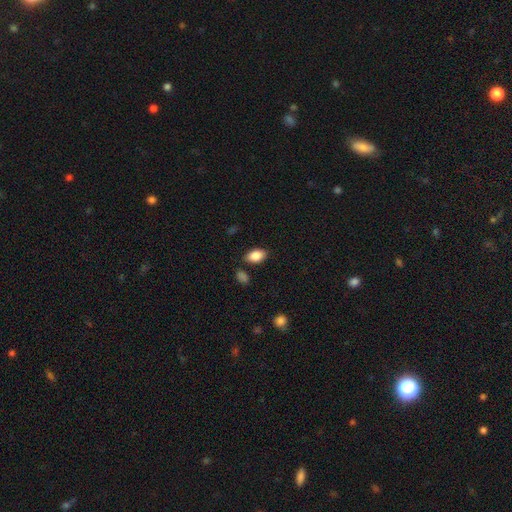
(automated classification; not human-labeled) Smooth or featured? smooth (85%)
How rounded? in between (91%)
Merging? none (81%)